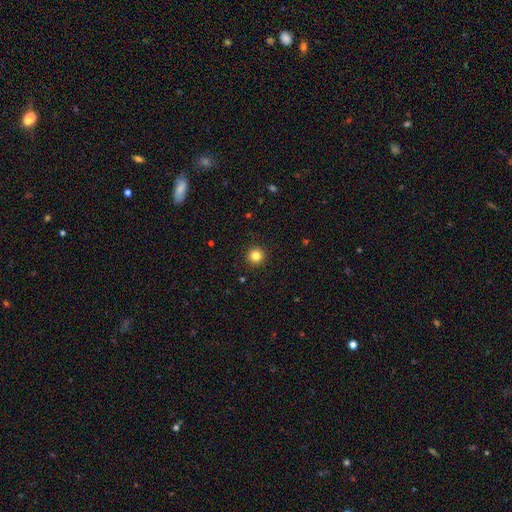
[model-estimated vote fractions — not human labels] A smooth galaxy with no disk features (83%) that is round (96%).

Vote fractions:
- Smooth or featured? smooth: 83% / star or artifact: 12% / featured or disk: 5%
- How rounded? round: 96% / in between: 3% / cigar-shaped: 1%
- Merging? none: 93% / minor disturbance: 4% / major disturbance: 2% / merger: 1%